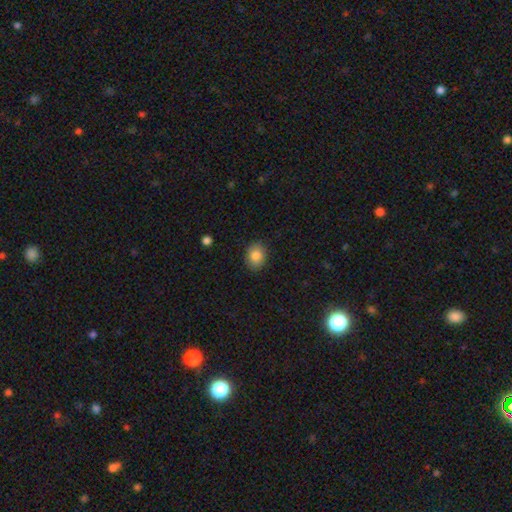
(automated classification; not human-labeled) Overall: smooth (85%). How rounded: in between (53%; round 47%). Merging: none (88%).